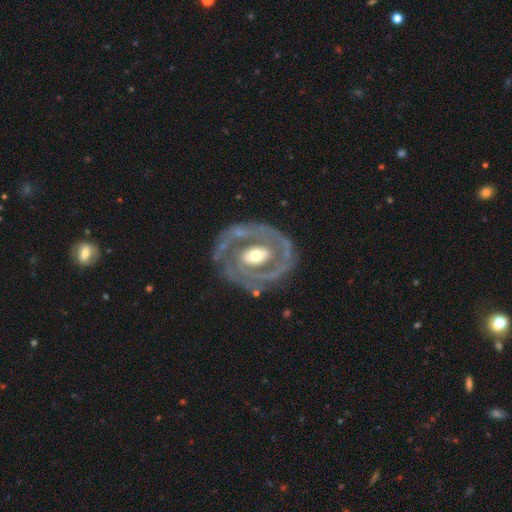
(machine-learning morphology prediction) smooth-or-featured: featured or disk: 79% | smooth: 15% | star or artifact: 6%
  disk-edge-on: no: 94% | yes: 6%
    bar: no: 44% | weak: 30% | strong: 26%
    has-spiral-arms: yes: 53% | no: 47%
    bulge-size: moderate: 67% | large: 15% | small: 15% | dominant: 2% | none: 1%
  merging: none: 76% | minor disturbance: 14% | major disturbance: 8% | merger: 2%